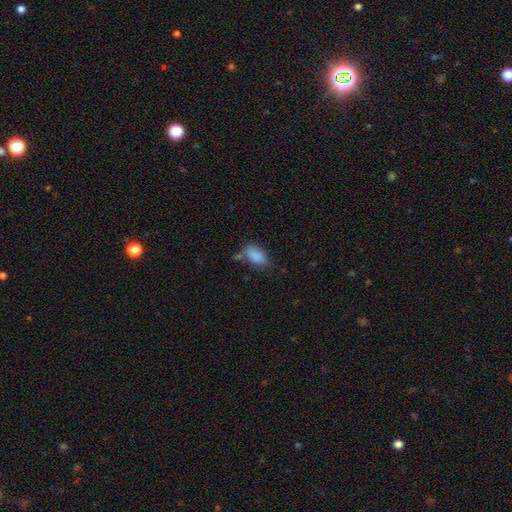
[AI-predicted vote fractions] smooth 86%, star or artifact 8%, featured or disk 6%. Down the decision tree: how rounded — in between (92%); merging — none (56%).